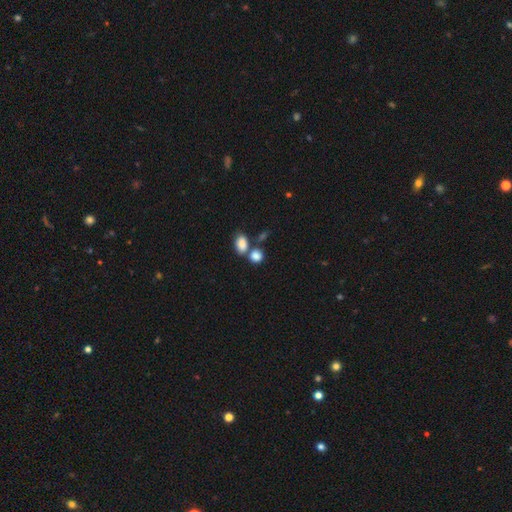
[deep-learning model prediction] This is clearly a smooth galaxy (85%). How rounded: possibly in between (52%). Merging: marginally none (44%).